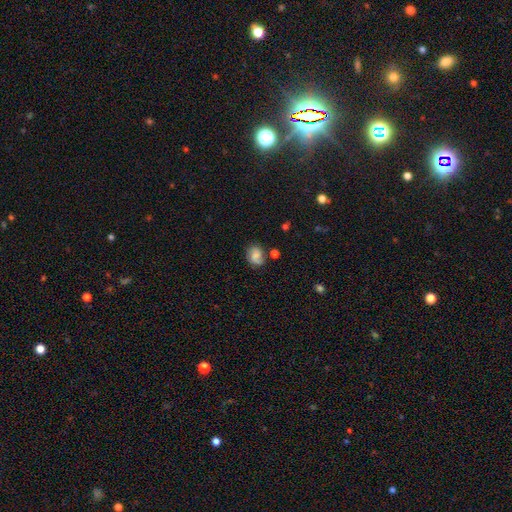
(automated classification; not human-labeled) smooth-or-featured: smooth: 59% | featured or disk: 30% | star or artifact: 11%
  how-rounded: in between: 51% | round: 48% | cigar-shaped: 1%
  merging: none: 61% | minor disturbance: 23% | major disturbance: 8% | merger: 8%